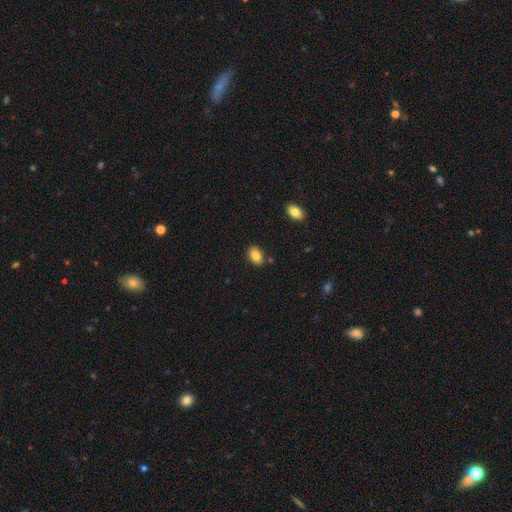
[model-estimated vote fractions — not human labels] smooth-or-featured: smooth: 83% | featured or disk: 9% | star or artifact: 8%
  how-rounded: in between: 89% | round: 9% | cigar-shaped: 2%
  merging: none: 84% | minor disturbance: 10% | merger: 4% | major disturbance: 2%